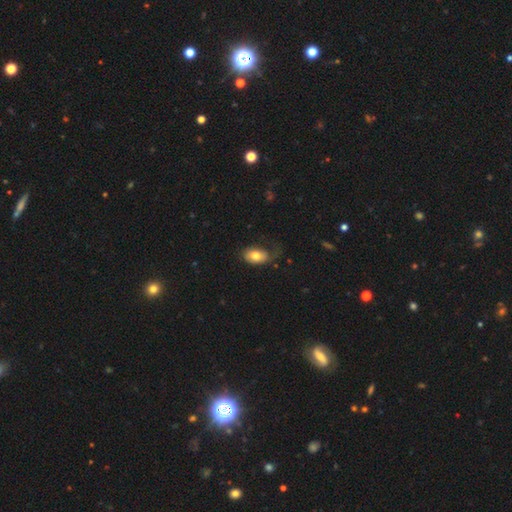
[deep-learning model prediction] Morphology: type=smooth (74%); roundness=in between (89%); merging=none (49%).